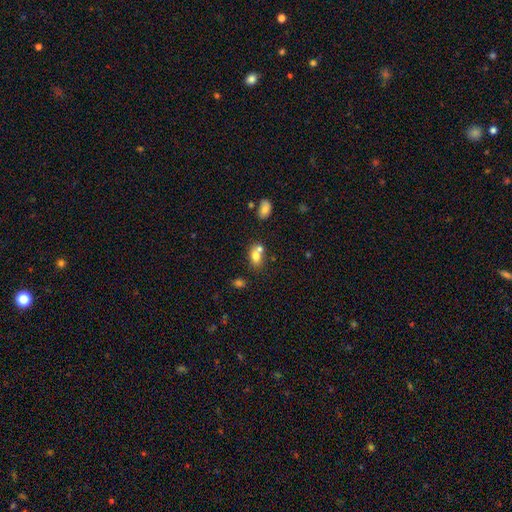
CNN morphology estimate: Smooth or featured? smooth (74%)
How rounded? in between (66%)
Merging? merger (49%)